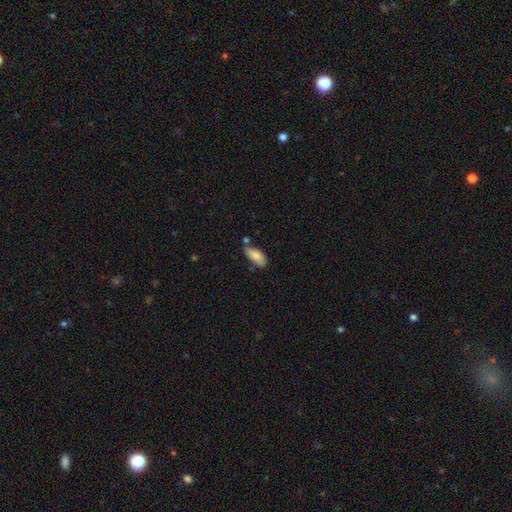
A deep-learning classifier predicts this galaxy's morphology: Smooth or featured? Predicted: smooth (p=0.83). How rounded? Predicted: in between (p=0.85). Merging? Predicted: none (p=0.64).